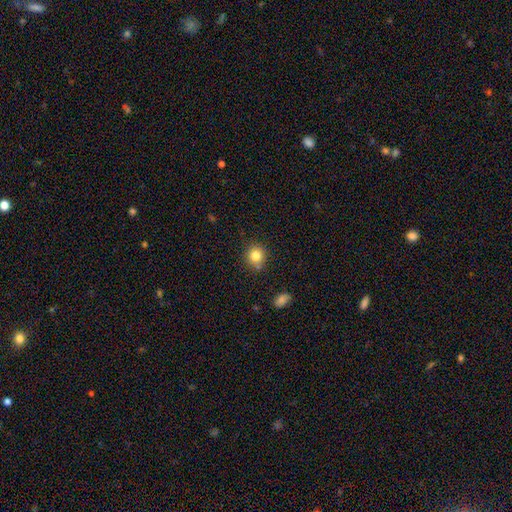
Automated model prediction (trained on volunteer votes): A smooth galaxy with no disk features (83%) that is round (86%). Merging: none (79%).